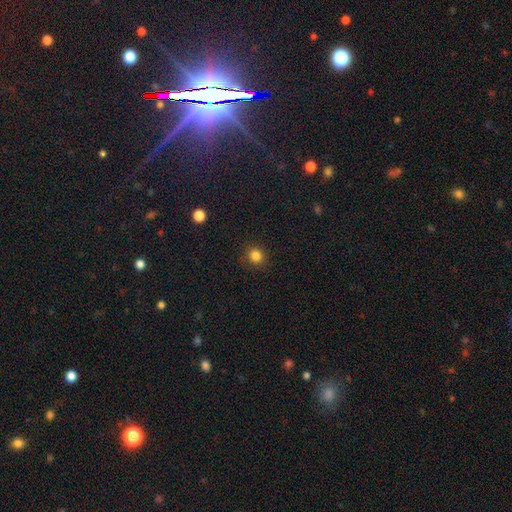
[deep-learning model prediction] Q: Smooth or featured?
A: smooth (84%); runner-up: star or artifact (12%)
Q: How rounded?
A: round (91%); runner-up: in between (8%)
Q: Merging?
A: none (89%); runner-up: minor disturbance (7%)